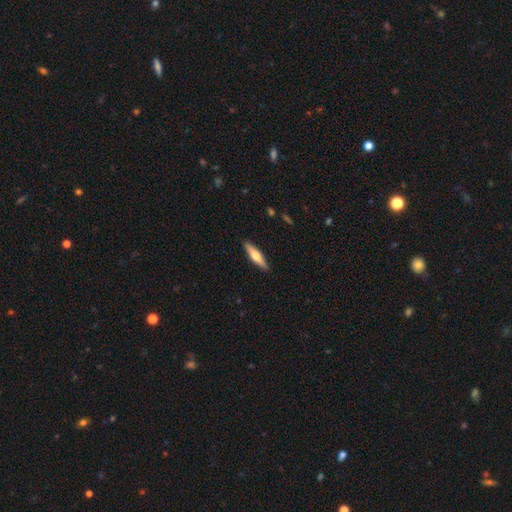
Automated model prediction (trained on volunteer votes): This is possibly a smooth galaxy (50%). Merging: clearly none (90%).